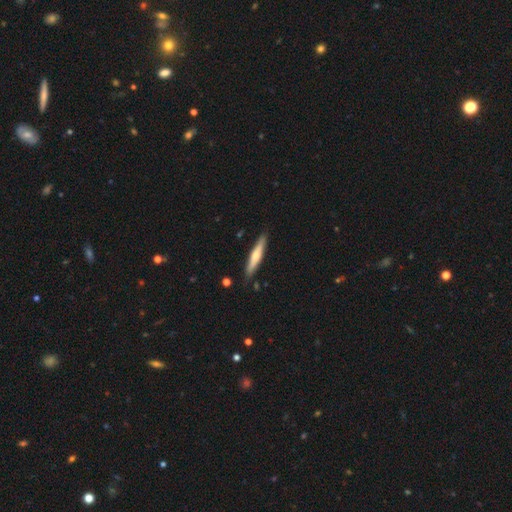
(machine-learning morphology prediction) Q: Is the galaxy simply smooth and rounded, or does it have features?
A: featured or disk — 49%.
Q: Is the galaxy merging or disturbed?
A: none — 87%.